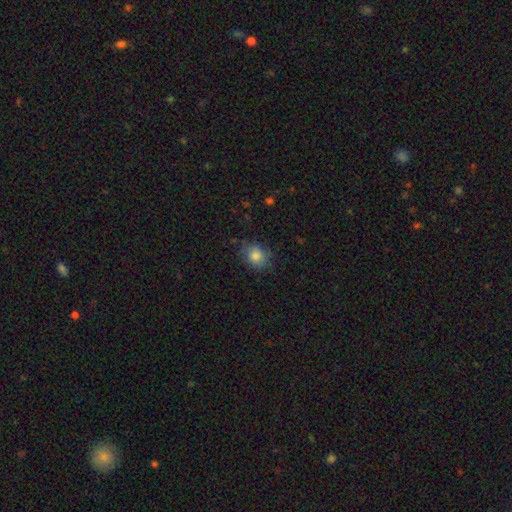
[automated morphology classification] A smooth galaxy with no disk features (84%) that is round (60%). Merging: none (75%).